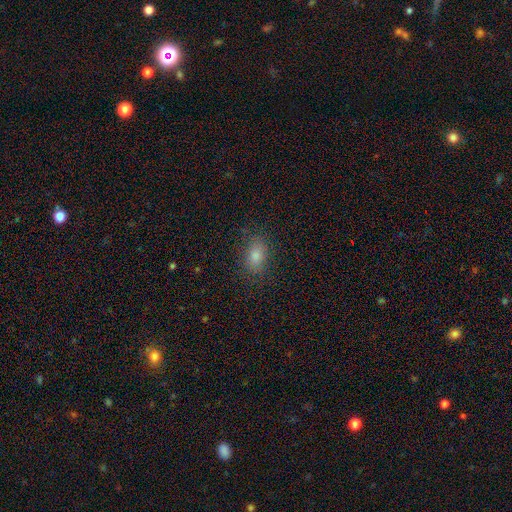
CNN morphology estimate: A smooth galaxy with no disk features (78%) that is in between round and cigar-shaped (82%). Merging: none (83%).